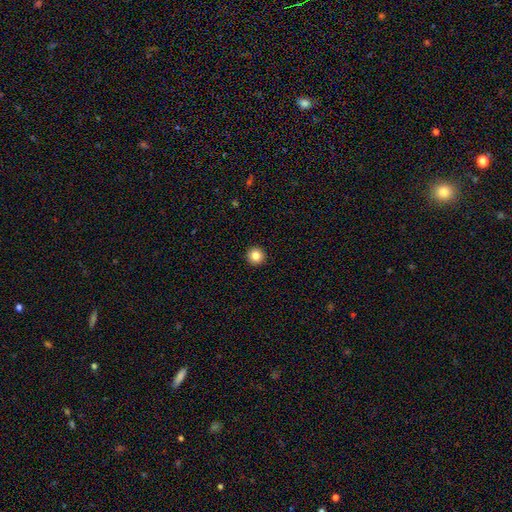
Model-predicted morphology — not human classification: Smooth or featured: smooth — 84% (star or artifact — 10%)
How rounded: round — 96% (in between — 3%)
Merging: none — 94% (minor disturbance — 4%)